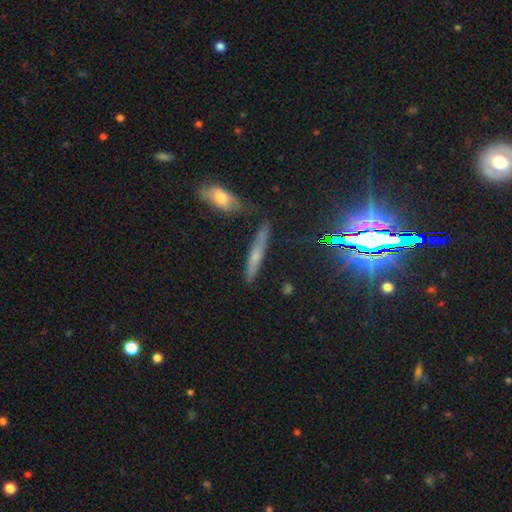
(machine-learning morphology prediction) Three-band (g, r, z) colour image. It shows a smooth galaxy with no disk features (45%). Merging: none (80%).